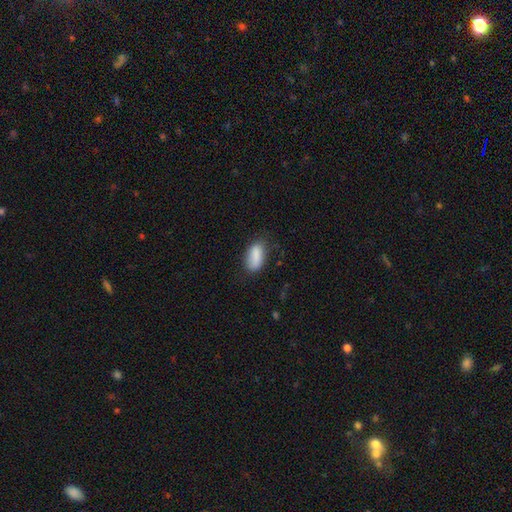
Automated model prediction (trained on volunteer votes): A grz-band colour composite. It shows a smooth galaxy with no disk features (86%) that is in between round and cigar-shaped (88%). Merging: none (69%).